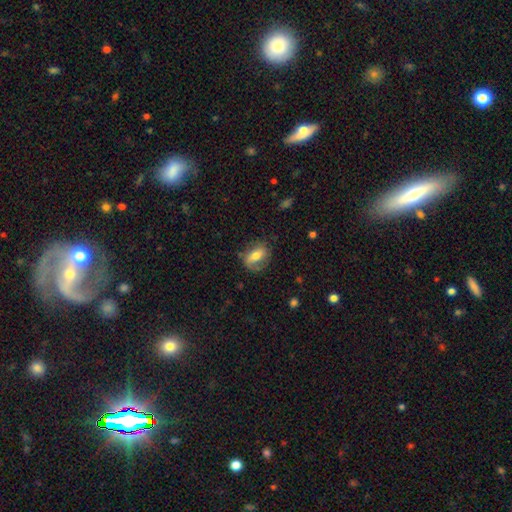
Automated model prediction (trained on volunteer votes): Smooth or featured? Predicted: smooth (p=0.53). How rounded? Predicted: in between (p=0.71). Merging? Predicted: none (p=0.64).